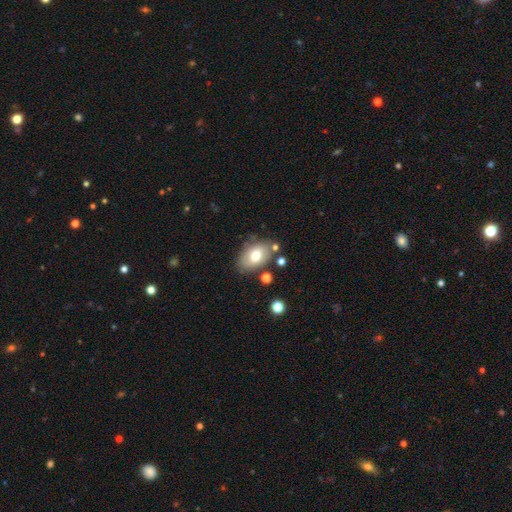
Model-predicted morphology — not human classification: Q: Smooth or featured?
A: smooth (71%); runner-up: featured or disk (21%)
Q: How rounded?
A: in between (88%); runner-up: round (10%)
Q: Merging?
A: none (71%); runner-up: minor disturbance (18%)